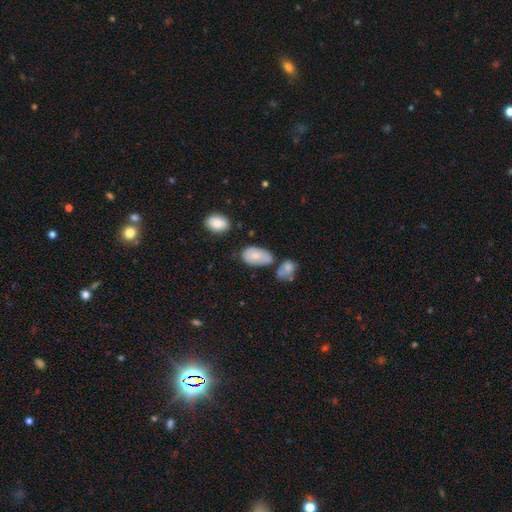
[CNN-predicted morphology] This is likely a smooth galaxy (77%). How rounded: clearly in between (94%). Merging: possibly none (50%).